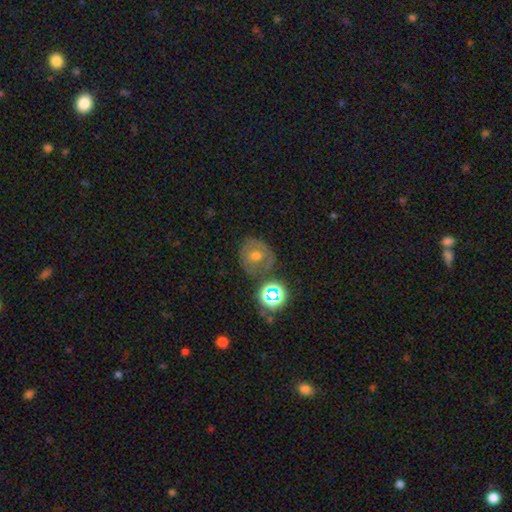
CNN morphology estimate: This appears to be a smooth galaxy with no disk features (46%). Merging: none (70%).